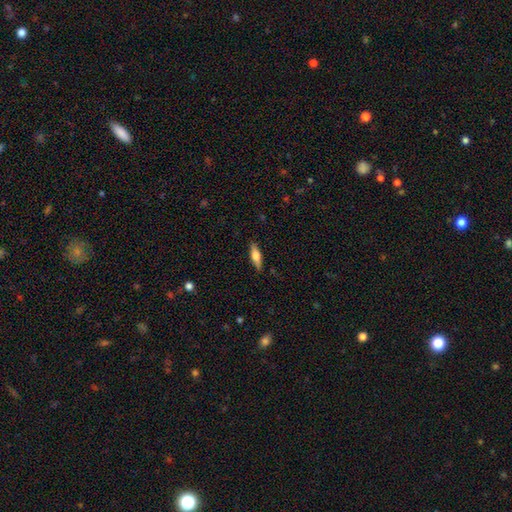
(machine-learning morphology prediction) Overall: featured or disk (48%; smooth 45%). Merging: none (87%).